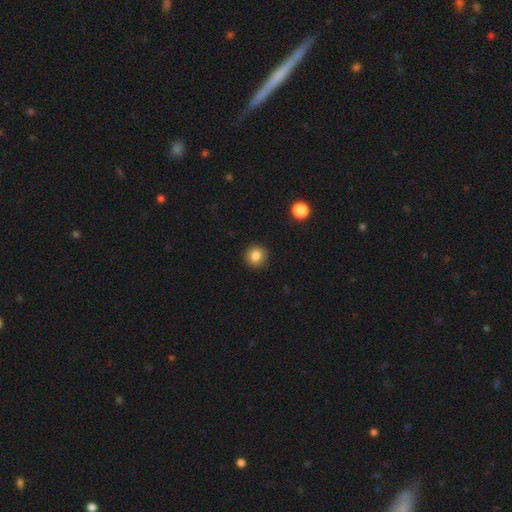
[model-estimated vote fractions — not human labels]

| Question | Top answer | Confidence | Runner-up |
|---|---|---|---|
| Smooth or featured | smooth | 84% | star or artifact (10%) |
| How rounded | round | 91% | in between (8%) |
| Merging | none | 91% | minor disturbance (6%) |